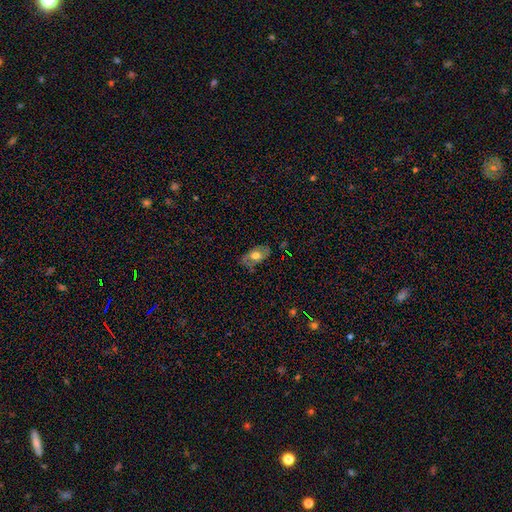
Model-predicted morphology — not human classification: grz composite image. It shows a smooth galaxy with no disk features (52%) that is in between round and cigar-shaped (90%). Merging: none (67%).